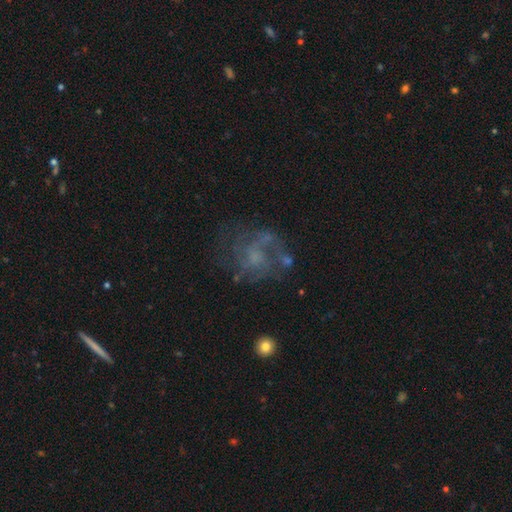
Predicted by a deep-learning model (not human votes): A featured or disk galaxy (69%) with no bar (72%), spiral arms (73%) and no central bulge (38%).

Vote fractions:
- Smooth or featured? featured or disk: 69% / smooth: 17% / star or artifact: 13%
- Edge-on disk? no: 98% / yes: 2%
- Bar? no: 72% / weak: 25% / strong: 4%
- Spiral arms? yes: 73% / no: 27%
- Bulge size? none: 38% / small: 33% / moderate: 24% / large: 3% / dominant: 1%
- Merging? none: 54% / major disturbance: 23% / minor disturbance: 18% / merger: 5%